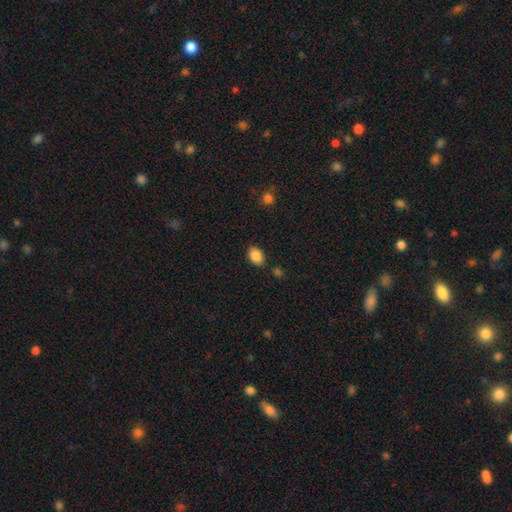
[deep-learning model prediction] smooth-or-featured: smooth: 87% | star or artifact: 8% | featured or disk: 4%
  how-rounded: in between: 81% | round: 18% | cigar-shaped: 1%
  merging: none: 82% | minor disturbance: 12% | merger: 4% | major disturbance: 3%